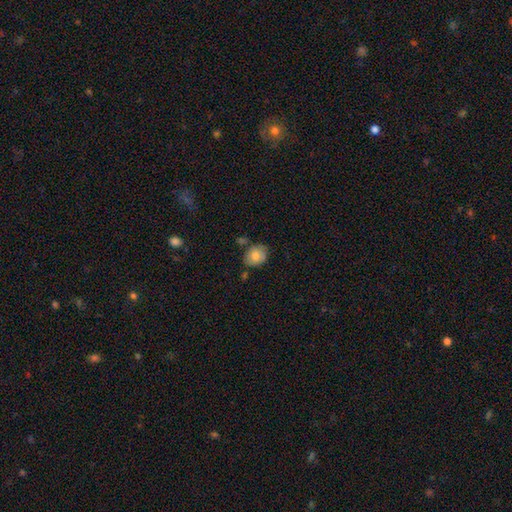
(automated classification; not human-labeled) A smooth galaxy with no disk features (75%) that is in between round and cigar-shaped (55%). Merging: none (65%).